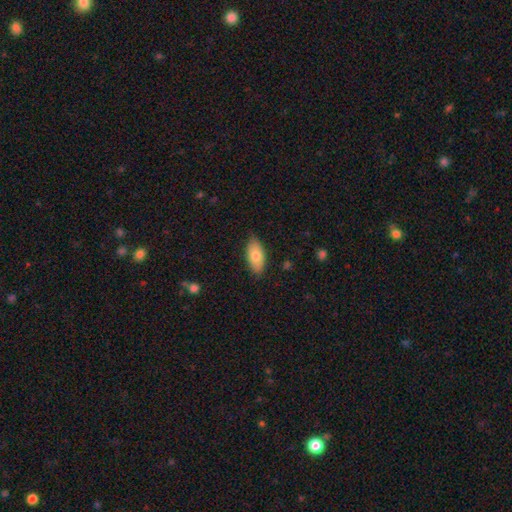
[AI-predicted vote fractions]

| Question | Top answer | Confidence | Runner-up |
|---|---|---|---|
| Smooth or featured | smooth | 77% | featured or disk (16%) |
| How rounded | in between | 90% | cigar-shaped (7%) |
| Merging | none | 82% | minor disturbance (15%) |